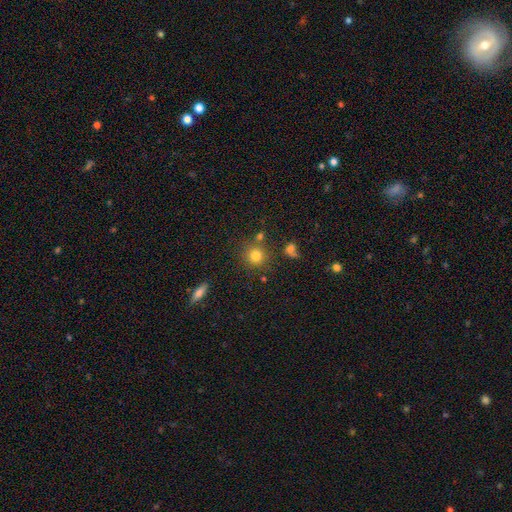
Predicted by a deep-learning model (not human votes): smooth 79%, star or artifact 13%, featured or disk 8%. Down the decision tree: how rounded — round (89%); merging — none (76%).